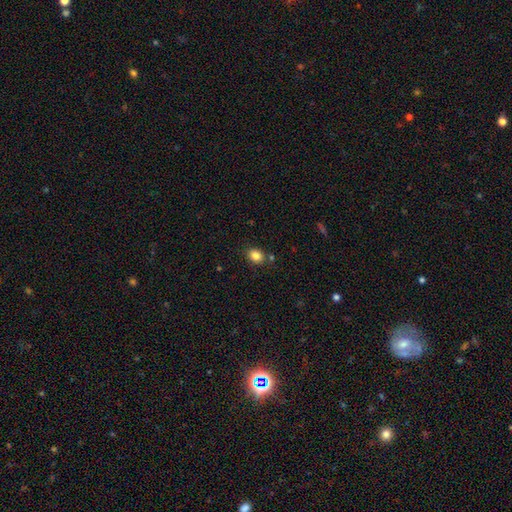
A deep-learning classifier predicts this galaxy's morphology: Smooth or featured?
  - smooth: 84% *
  - star or artifact: 10%
  - featured or disk: 6%
How rounded?
  - in between: 57% *
  - round: 42%
  - cigar-shaped: 1%
Merging?
  - none: 79% *
  - minor disturbance: 12%
  - merger: 6%
  - major disturbance: 3%